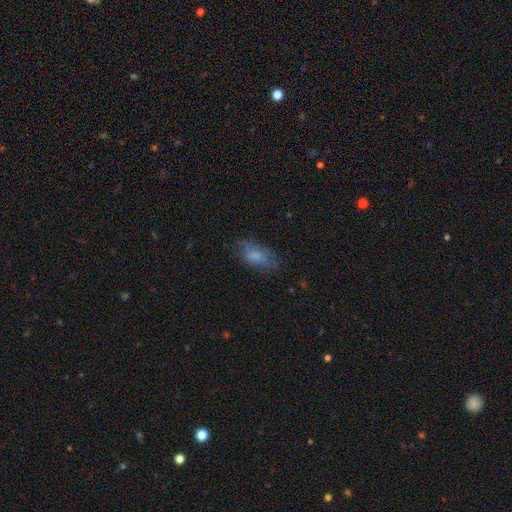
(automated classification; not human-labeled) The model was most divided on "merging": none: 64%, minor disturbance: 23%, major disturbance: 11%, merger: 1%. More confident: how rounded — in between (88%); smooth or featured — smooth (68%).